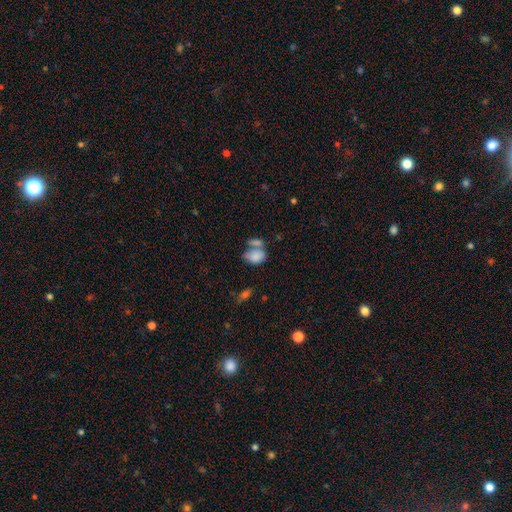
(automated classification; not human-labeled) smooth_or_featured: smooth (p=0.80) [alt: featured or disk p=0.12]
how_rounded: in between (p=0.78) [alt: round p=0.20]
merging: merger (p=0.49) [alt: none p=0.30]